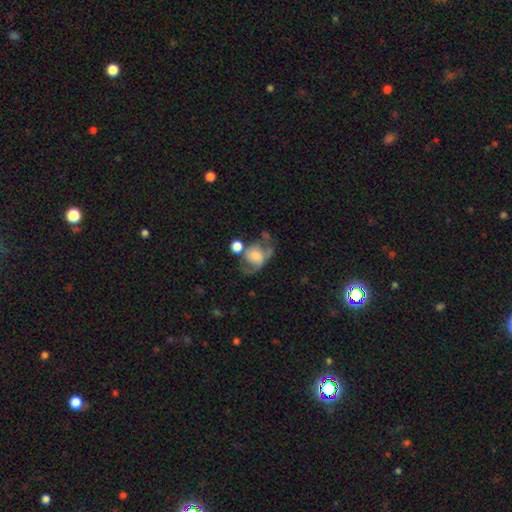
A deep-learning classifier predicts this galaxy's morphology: The model was most divided on "smooth or featured": smooth: 49%, featured or disk: 42%, star or artifact: 9%. Remaining: merging — major disturbance (34%).